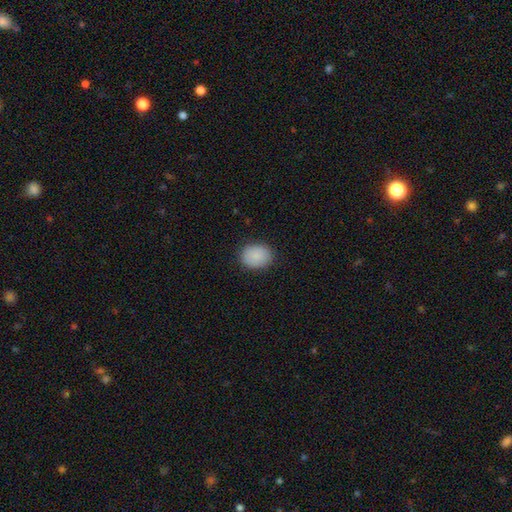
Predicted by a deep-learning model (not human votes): Smooth or featured? Predicted: smooth (p=0.88). How rounded? Predicted: round (p=0.50). Merging? Predicted: none (p=0.86).